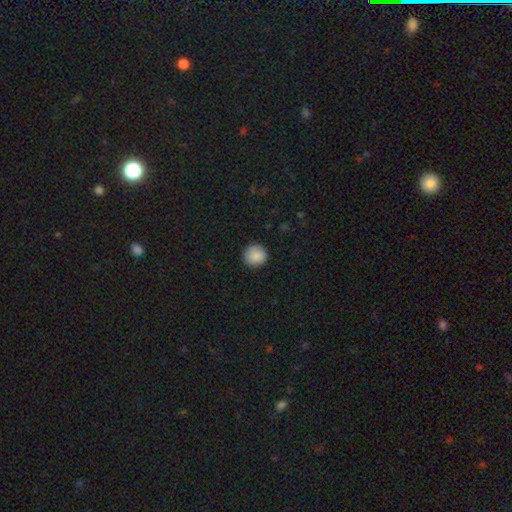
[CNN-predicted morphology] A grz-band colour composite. It shows a smooth galaxy with no disk features (88%) that is round (94%). Merging: none (90%).